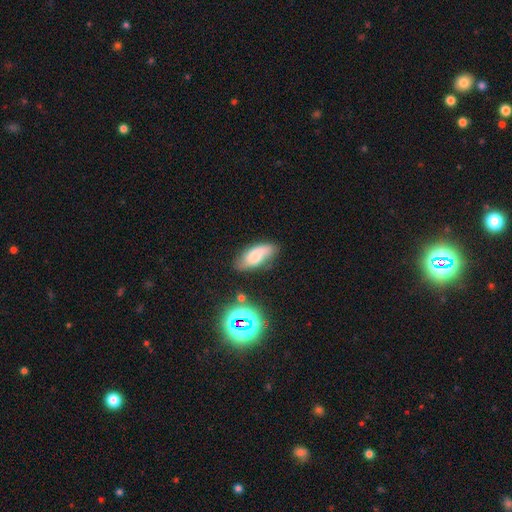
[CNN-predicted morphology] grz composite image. It shows a smooth galaxy with no disk features (56%) that is in between round and cigar-shaped (85%). Merging: none (66%).